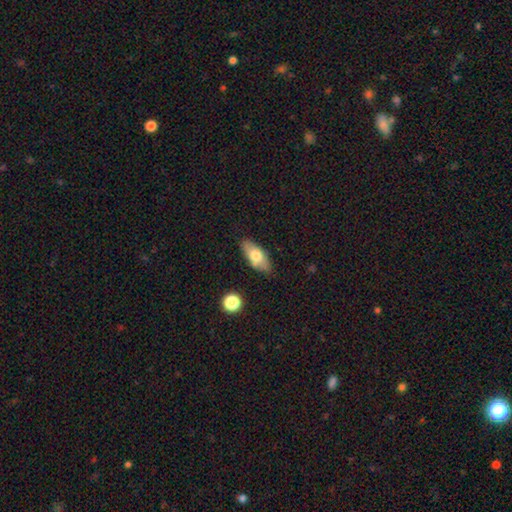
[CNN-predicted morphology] This appears to be a smooth galaxy with no disk features (69%) that is in between round and cigar-shaped (85%). Merging: none (82%).